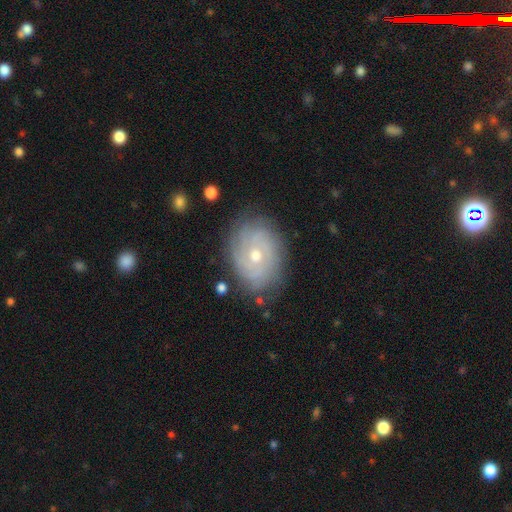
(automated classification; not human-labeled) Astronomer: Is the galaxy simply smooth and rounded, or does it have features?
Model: featured or disk — 77%.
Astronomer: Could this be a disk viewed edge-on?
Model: no — 97%.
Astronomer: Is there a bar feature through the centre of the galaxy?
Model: no — 73%.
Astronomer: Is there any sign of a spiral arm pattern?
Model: yes — 90%.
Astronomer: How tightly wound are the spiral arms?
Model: tight — 74%.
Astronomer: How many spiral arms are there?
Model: can't tell — 45%.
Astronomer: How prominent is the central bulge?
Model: moderate — 58% (runner-up: small, 39%).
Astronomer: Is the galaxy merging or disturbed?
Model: none — 79%.